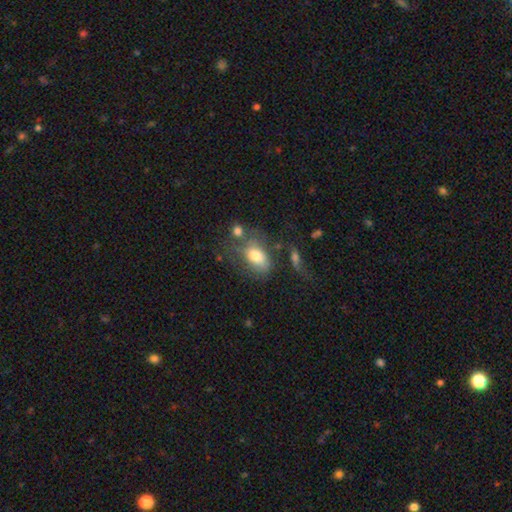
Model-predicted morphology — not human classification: smooth 70%, featured or disk 21%, star or artifact 9%. Down the decision tree: how rounded — in between (85%); merging — none (41%).